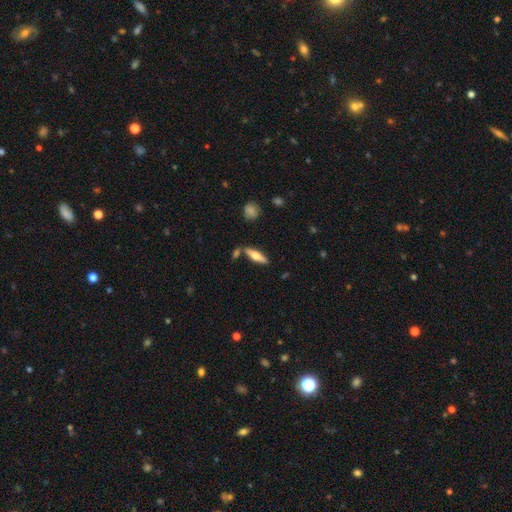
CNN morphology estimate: Overall: smooth (52%; featured or disk 42%). How rounded: cigar-shaped (62%; in between 36%). Merging: none (78%).